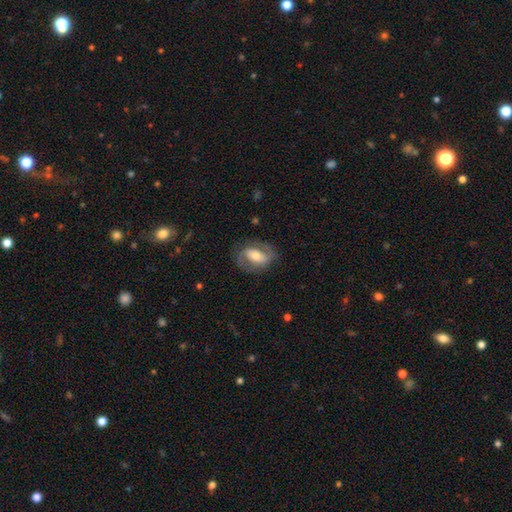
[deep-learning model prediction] Morphology: type=featured or disk (66%); edge-on=no (95%); bar=strong (39%); spiral arms=yes (79%); bulge=moderate (55%); merging=none (76%).